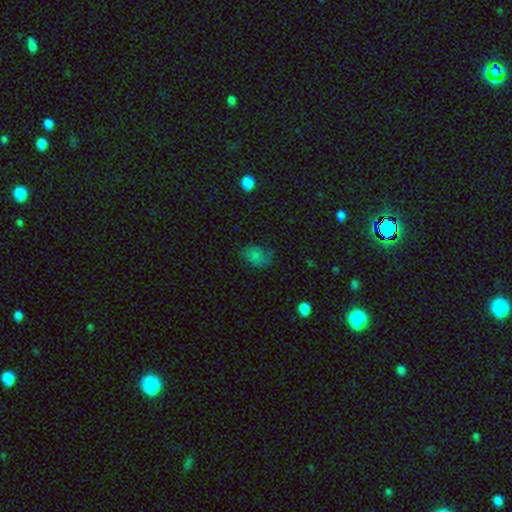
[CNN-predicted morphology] Q: Smooth or featured?
A: smooth (68%); runner-up: featured or disk (17%)
Q: How rounded?
A: in between (70%); runner-up: round (29%)
Q: Merging?
A: none (53%); runner-up: minor disturbance (29%)